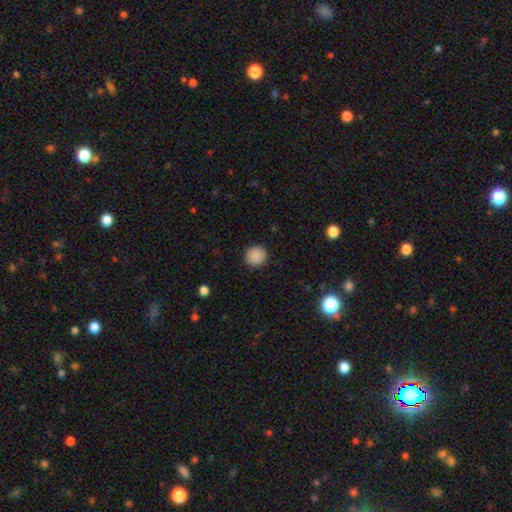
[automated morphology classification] smooth_or_featured: smooth (p=0.89) [alt: star or artifact p=0.09]
how_rounded: round (p=0.93) [alt: in between p=0.06]
merging: none (p=0.91) [alt: minor disturbance p=0.06]